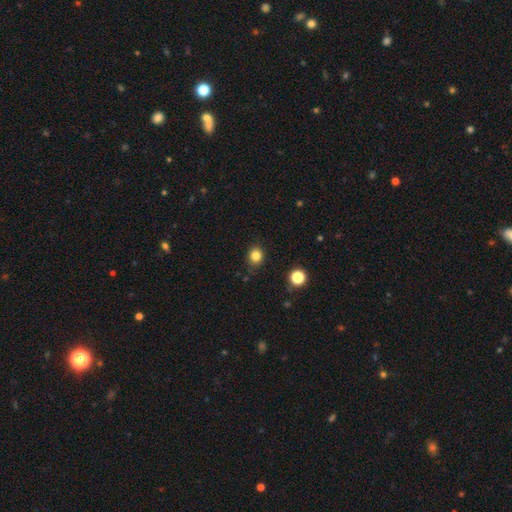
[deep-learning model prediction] Overall: smooth (82%). How rounded: round (74%). Merging: none (82%).